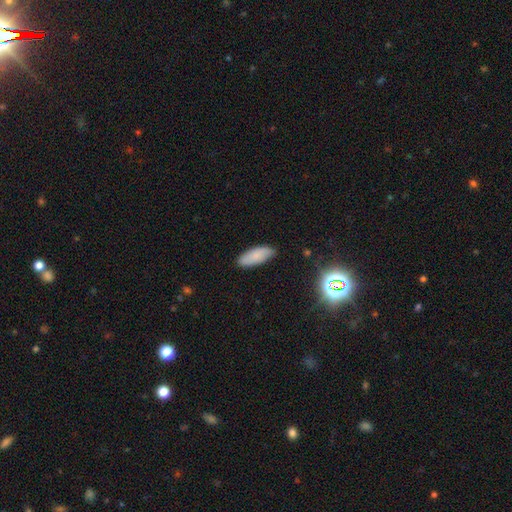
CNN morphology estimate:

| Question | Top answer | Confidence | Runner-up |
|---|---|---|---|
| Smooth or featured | smooth | 82% | featured or disk (10%) |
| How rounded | in between | 73% | cigar-shaped (25%) |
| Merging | none | 84% | minor disturbance (12%) |